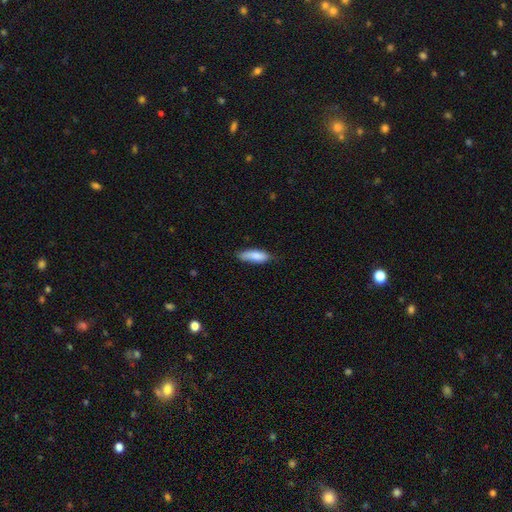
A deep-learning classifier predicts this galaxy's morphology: The model was most divided on "how rounded": in between: 57%, cigar-shaped: 41%, round: 2%. More confident: smooth or featured — smooth (84%); merging — none (68%).